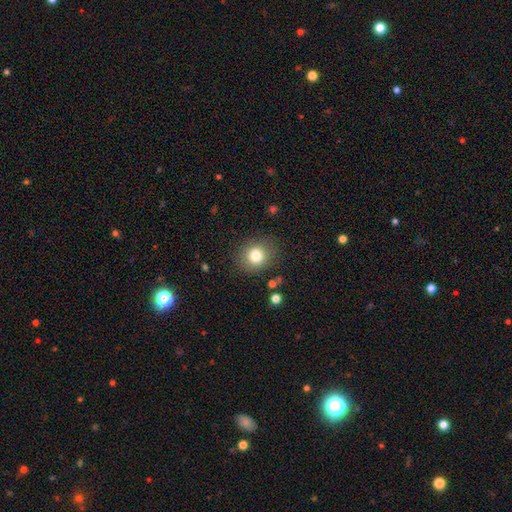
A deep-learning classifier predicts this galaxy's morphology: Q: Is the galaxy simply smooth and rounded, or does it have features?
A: smooth — 79%.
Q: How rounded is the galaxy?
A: round — 75%.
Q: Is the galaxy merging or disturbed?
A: none — 84%.